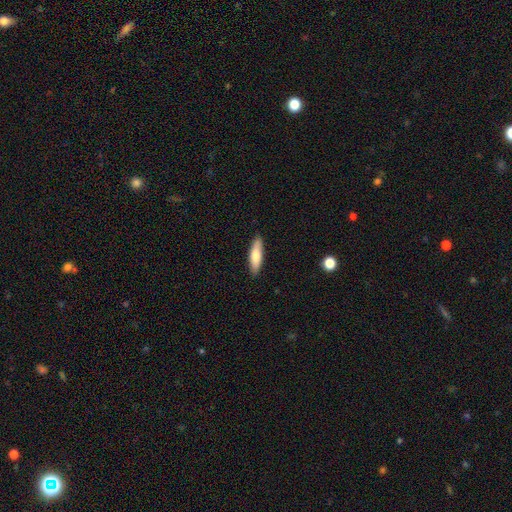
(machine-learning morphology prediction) Overall: smooth (76%). How rounded: cigar-shaped (64%; in between 35%). Merging: none (88%).